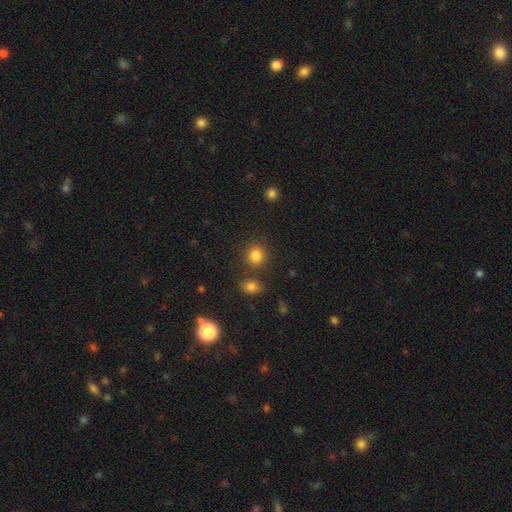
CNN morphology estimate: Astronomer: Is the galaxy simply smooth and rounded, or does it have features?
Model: smooth — 82%.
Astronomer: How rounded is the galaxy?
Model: round — 84%.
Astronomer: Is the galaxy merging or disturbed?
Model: none — 80%.